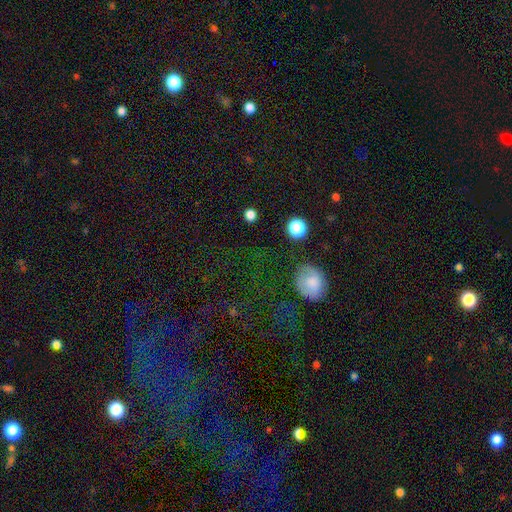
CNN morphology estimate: type=star or artifact (58%).